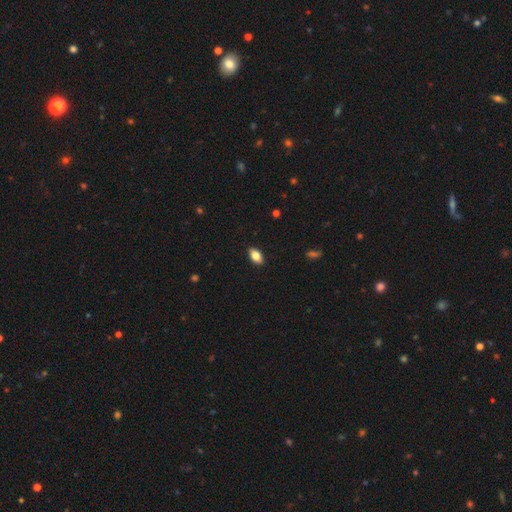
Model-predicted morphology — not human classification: smooth 82%, featured or disk 10%, star or artifact 8%. Down the decision tree: how rounded — in between (91%); merging — none (89%).